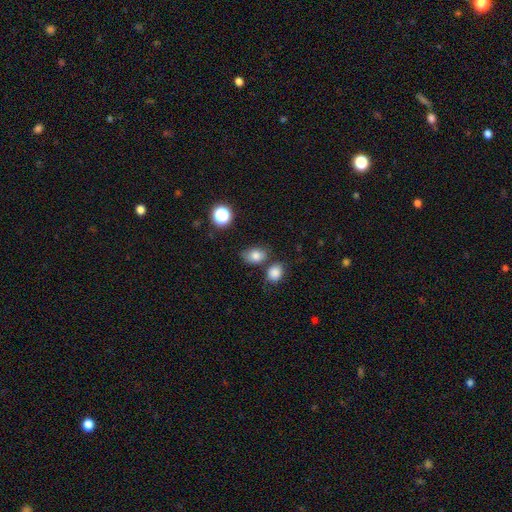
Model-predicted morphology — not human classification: A smooth galaxy with no disk features (81%) that is in between round and cigar-shaped (74%). Merging: none (63%).